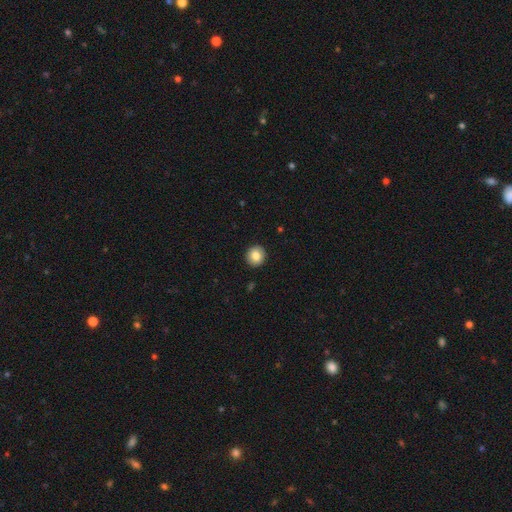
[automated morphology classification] Smooth or featured? Predicted: smooth (p=0.82). How rounded? Predicted: round (p=0.91). Merging? Predicted: none (p=0.93).